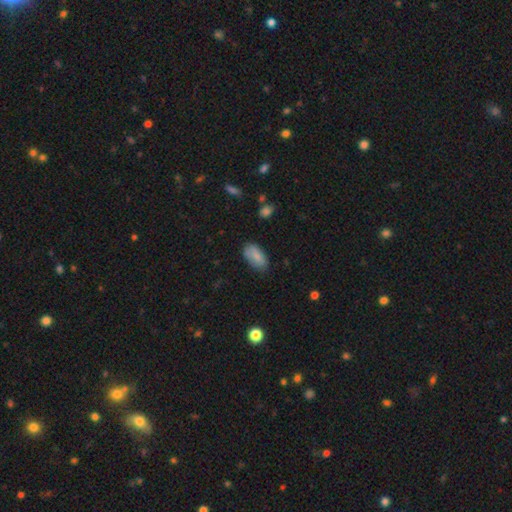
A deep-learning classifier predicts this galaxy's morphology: This is clearly a smooth galaxy (82%). How rounded: clearly in between (93%). Merging: likely none (73%).